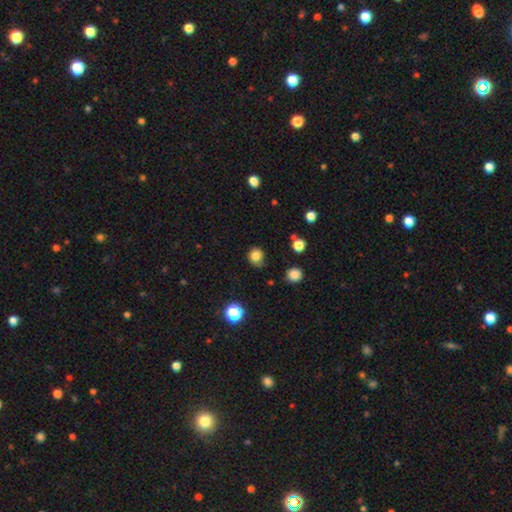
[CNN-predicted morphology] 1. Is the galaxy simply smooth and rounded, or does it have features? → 81% smooth, 13% star or artifact, 6% featured or disk.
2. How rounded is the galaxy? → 82% round, 17% in between, 1% cigar-shaped.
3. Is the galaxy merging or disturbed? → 70% none, 22% minor disturbance, 6% major disturbance, 2% merger.